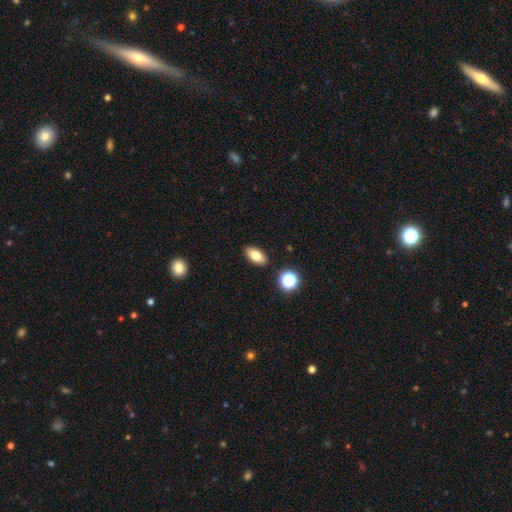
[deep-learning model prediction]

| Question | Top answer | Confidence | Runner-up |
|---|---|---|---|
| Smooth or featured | smooth | 78% | featured or disk (12%) |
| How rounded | in between | 89% | round (6%) |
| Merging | none | 88% | minor disturbance (8%) |